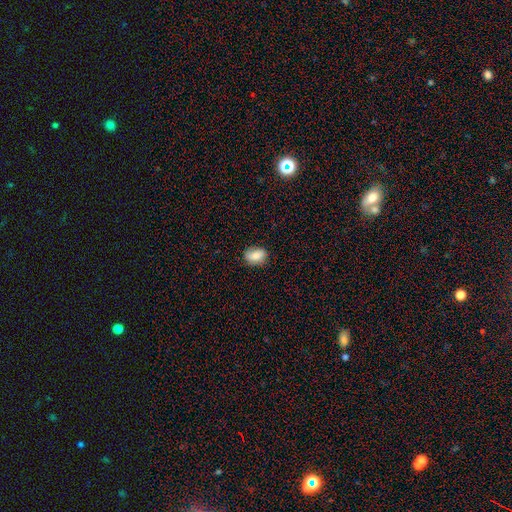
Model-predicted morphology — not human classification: Smooth or featured?
  - smooth: 82% *
  - featured or disk: 10%
  - star or artifact: 8%
How rounded?
  - in between: 76% *
  - round: 22%
  - cigar-shaped: 2%
Merging?
  - none: 81% *
  - minor disturbance: 15%
  - major disturbance: 3%
  - merger: 1%